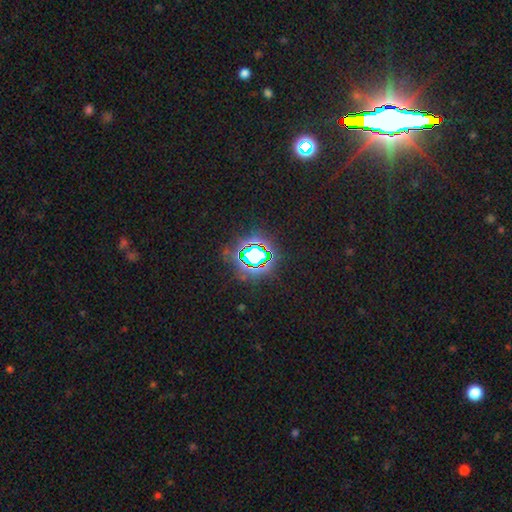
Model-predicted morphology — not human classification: Smooth or featured? Predicted: star or artifact (p=0.74).